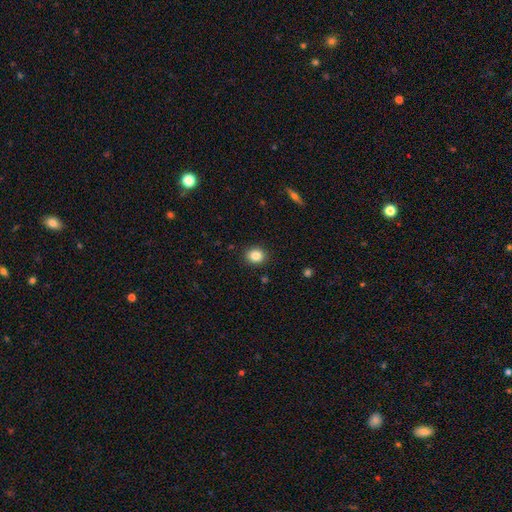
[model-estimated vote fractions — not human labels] The model was most divided on "how rounded": round: 71%, in between: 28%, cigar-shaped: 1%. More confident: merging — none (90%); smooth or featured — smooth (84%).